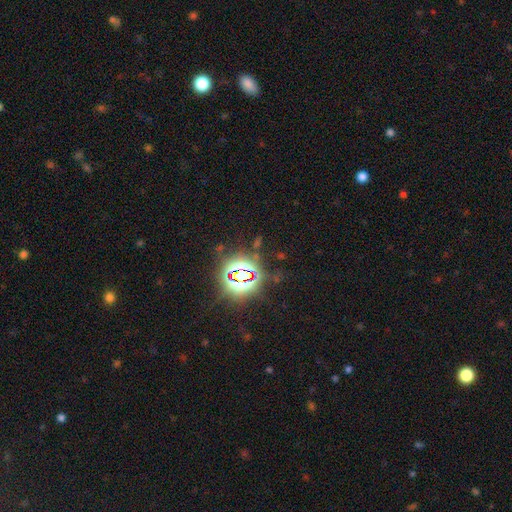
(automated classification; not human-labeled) Smooth or featured? star or artifact (82%)